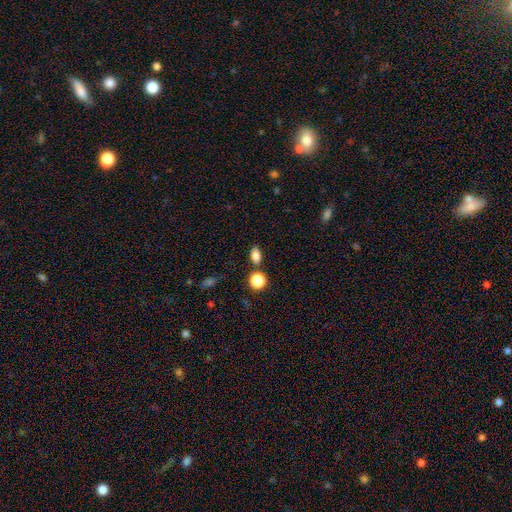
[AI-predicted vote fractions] Smooth or featured? smooth (82%)
How rounded? in between (79%)
Merging? none (76%)